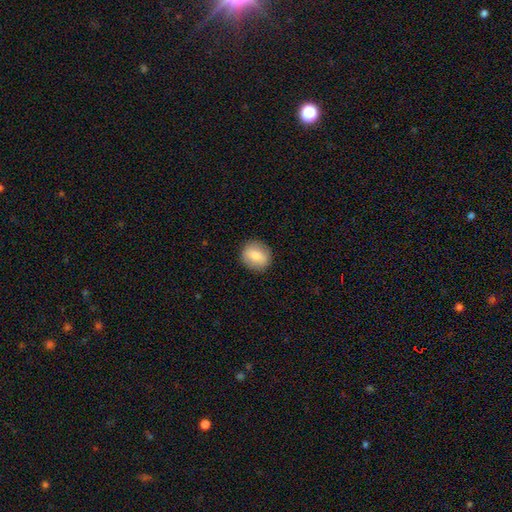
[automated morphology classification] Overall: smooth (77%). How rounded: round (76%). Merging: none (88%).